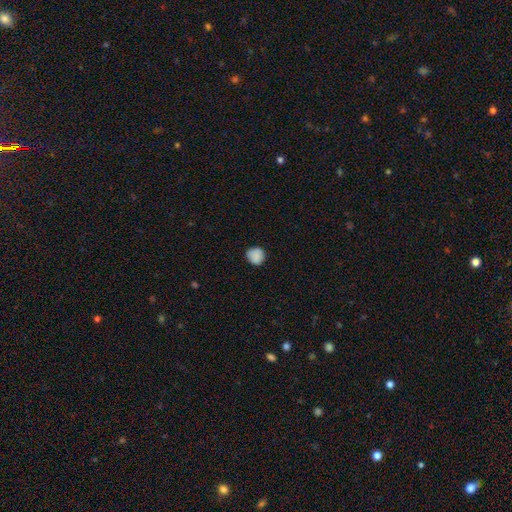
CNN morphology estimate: Overall: smooth (87%). How rounded: round (89%). Merging: none (83%).